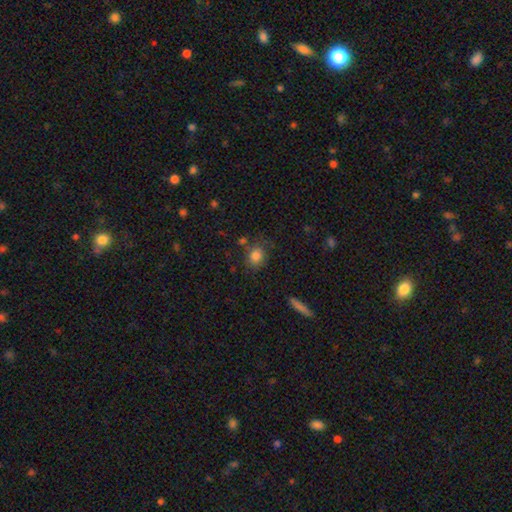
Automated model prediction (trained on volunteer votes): Smooth or featured? smooth (83%)
How rounded? round (68%)
Merging? none (70%)